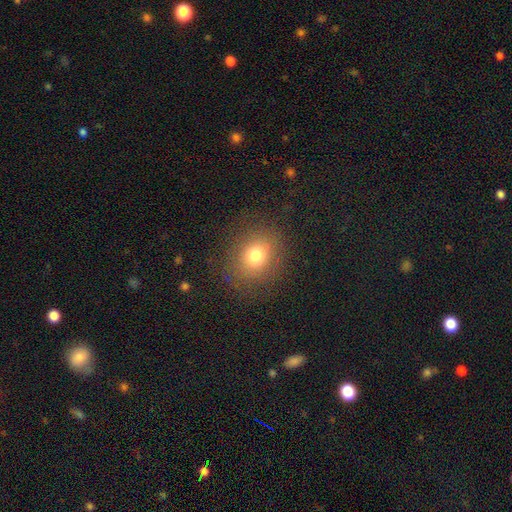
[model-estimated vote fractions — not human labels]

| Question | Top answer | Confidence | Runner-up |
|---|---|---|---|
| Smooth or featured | smooth | 74% | star or artifact (14%) |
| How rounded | round | 67% | in between (32%) |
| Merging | none | 82% | minor disturbance (11%) |